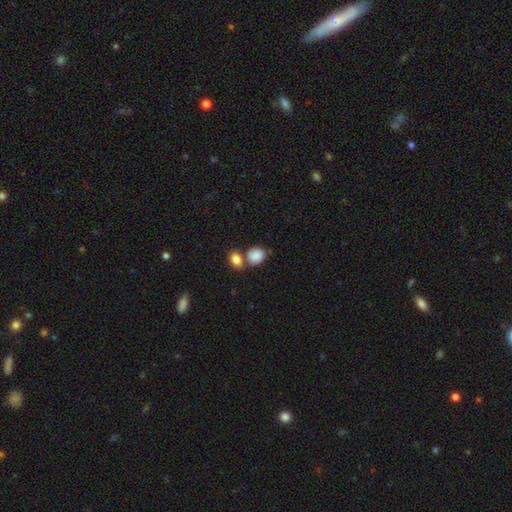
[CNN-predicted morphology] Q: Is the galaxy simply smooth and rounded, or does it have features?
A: smooth — 86%.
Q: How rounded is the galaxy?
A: round — 54%.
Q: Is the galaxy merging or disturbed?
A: none — 49%.